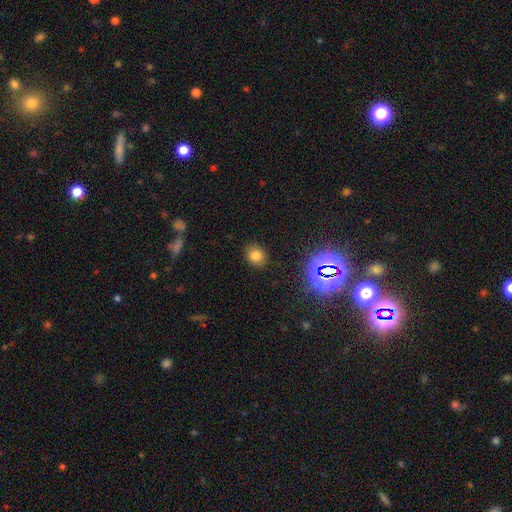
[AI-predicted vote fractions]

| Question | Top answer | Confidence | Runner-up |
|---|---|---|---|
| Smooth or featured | smooth | 76% | star or artifact (18%) |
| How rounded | round | 66% | in between (33%) |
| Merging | none | 85% | minor disturbance (10%) |